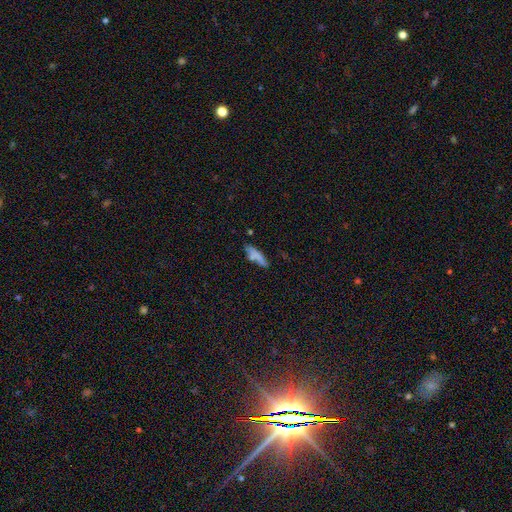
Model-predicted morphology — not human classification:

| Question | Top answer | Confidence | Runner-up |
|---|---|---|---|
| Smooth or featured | smooth | 75% | featured or disk (16%) |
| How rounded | cigar-shaped | 71% | in between (26%) |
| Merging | none | 68% | minor disturbance (18%) |